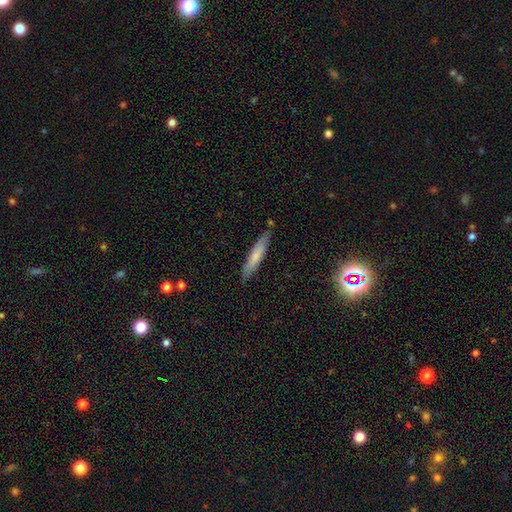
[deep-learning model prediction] smooth_or_featured: smooth (p=0.68) [alt: featured or disk p=0.25]
how_rounded: cigar-shaped (p=0.91) [alt: in between p=0.08]
merging: none (p=0.86) [alt: minor disturbance p=0.10]